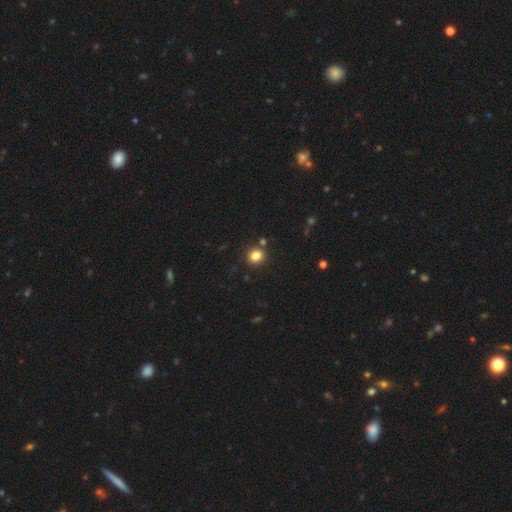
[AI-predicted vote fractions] Morphology: type=smooth (83%); roundness=round (77%); merging=none (83%).